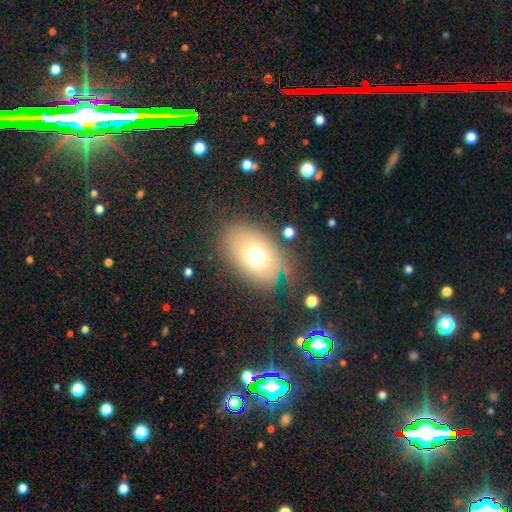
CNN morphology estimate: The model was most divided on "smooth or featured": smooth: 64%, featured or disk: 21%, star or artifact: 15%. More confident: how rounded — in between (76%); merging — none (73%).